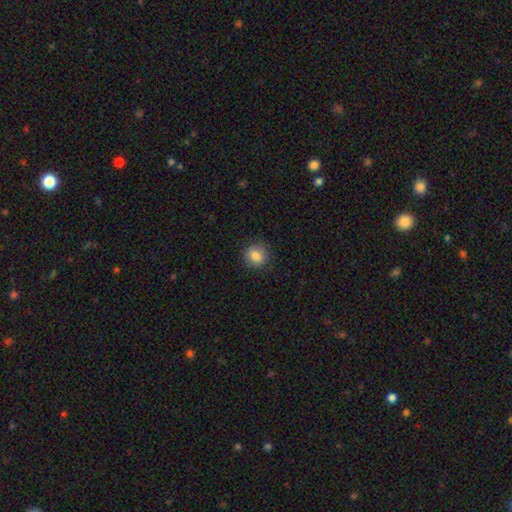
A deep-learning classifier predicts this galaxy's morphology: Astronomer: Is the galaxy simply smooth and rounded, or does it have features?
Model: smooth — 83%.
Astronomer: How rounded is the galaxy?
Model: round — 85%.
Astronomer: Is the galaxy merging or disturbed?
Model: none — 88%.